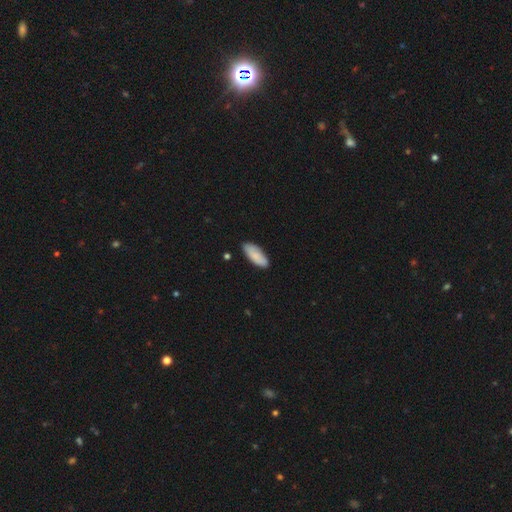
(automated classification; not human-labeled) This appears to be a smooth galaxy with no disk features (86%) that is in between round and cigar-shaped (78%). Merging: none (84%).